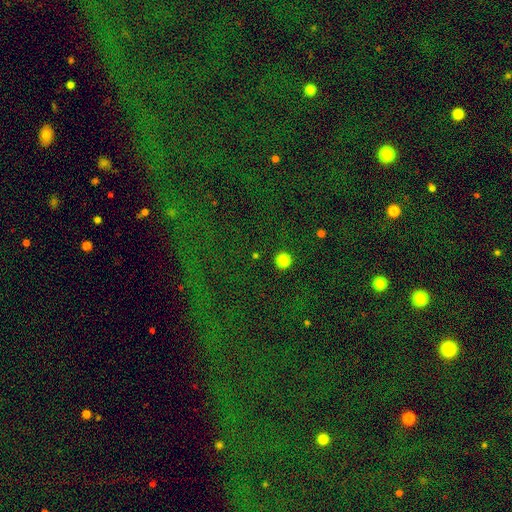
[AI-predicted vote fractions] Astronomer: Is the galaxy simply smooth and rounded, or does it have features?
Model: star or artifact — 49% (runner-up: smooth, 45%).